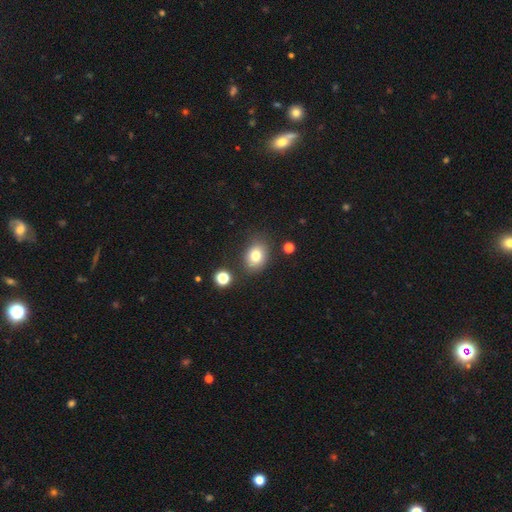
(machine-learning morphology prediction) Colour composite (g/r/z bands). It shows a smooth galaxy with no disk features (78%) that is in between round and cigar-shaped (58%). Merging: none (78%).